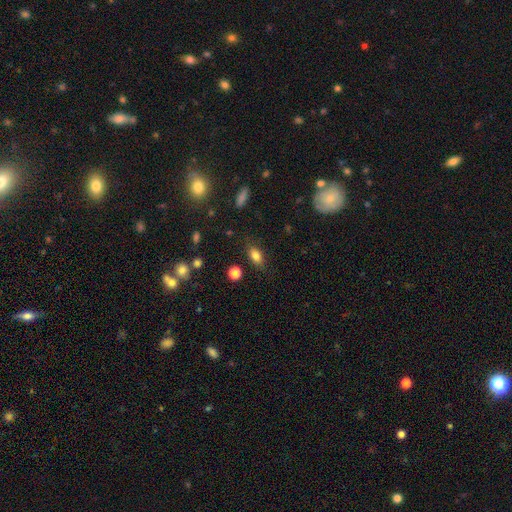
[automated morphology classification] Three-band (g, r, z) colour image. It shows a smooth galaxy with no disk features (81%) that is in between round and cigar-shaped (84%). Merging: none (82%).